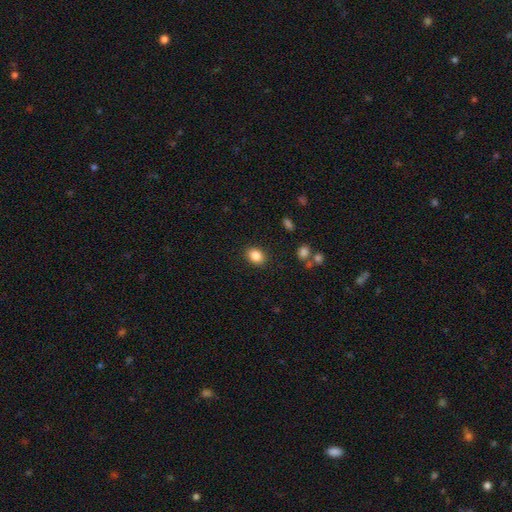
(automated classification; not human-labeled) Q: Smooth or featured?
A: smooth (86%); runner-up: star or artifact (9%)
Q: How rounded?
A: in between (62%); runner-up: round (37%)
Q: Merging?
A: none (87%); runner-up: minor disturbance (8%)